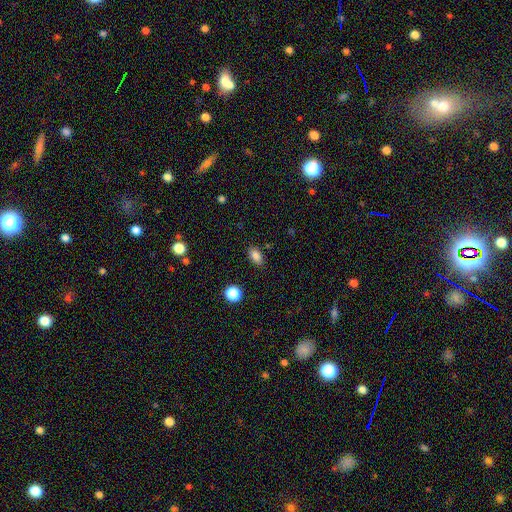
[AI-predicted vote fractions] smooth 85%, star or artifact 11%, featured or disk 5%. Down the decision tree: how rounded — in between (87%); merging — none (85%).